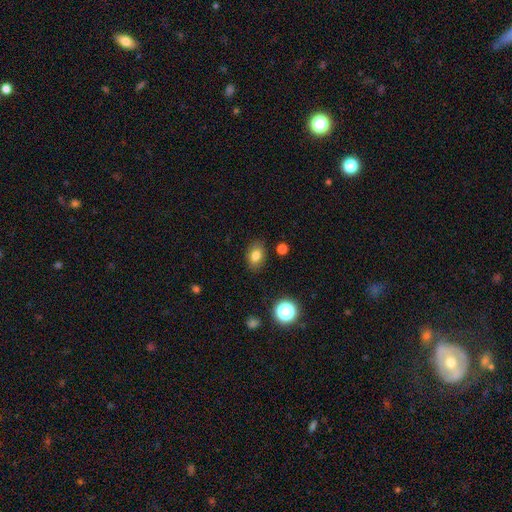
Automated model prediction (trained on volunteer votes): This appears to be a smooth galaxy with no disk features (81%) that is in between round and cigar-shaped (79%). Merging: none (84%).